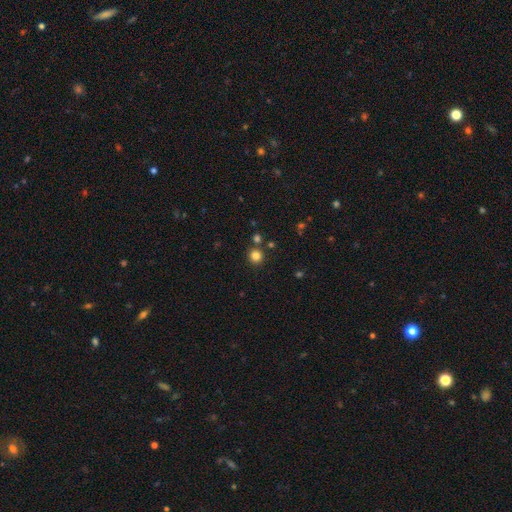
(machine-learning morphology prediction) Overall: smooth (82%). How rounded: round (92%). Merging: none (83%).